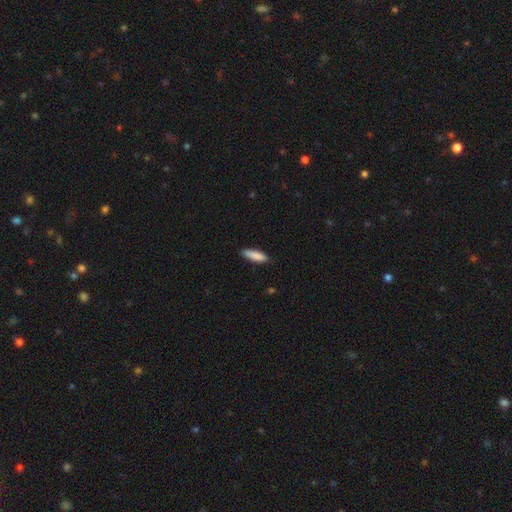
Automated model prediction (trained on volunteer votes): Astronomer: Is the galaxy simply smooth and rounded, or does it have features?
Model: smooth — 86%.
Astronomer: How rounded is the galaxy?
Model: cigar-shaped — 62% (runner-up: in between, 37%).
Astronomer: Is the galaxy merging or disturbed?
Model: none — 82%.